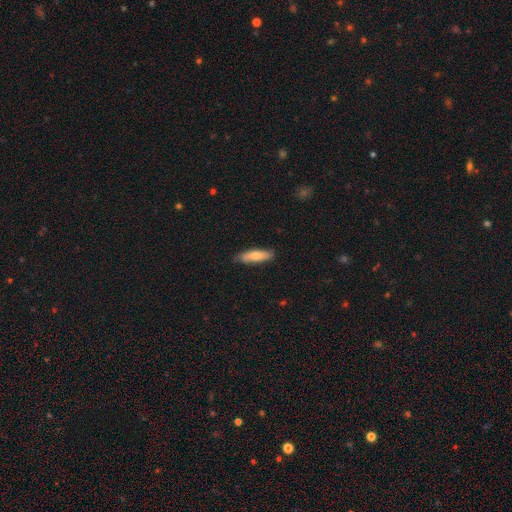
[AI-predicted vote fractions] smooth_or_featured: smooth (p=0.69) [alt: featured or disk p=0.25]
how_rounded: cigar-shaped (p=0.65) [alt: in between p=0.34]
merging: none (p=0.79) [alt: minor disturbance p=0.17]